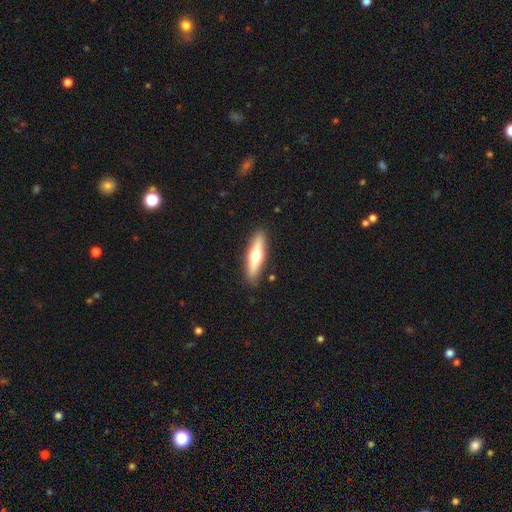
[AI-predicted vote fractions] The model was most divided on "smooth or featured": featured or disk: 49%, smooth: 45%, star or artifact: 5%. More confident: merging — none (89%).